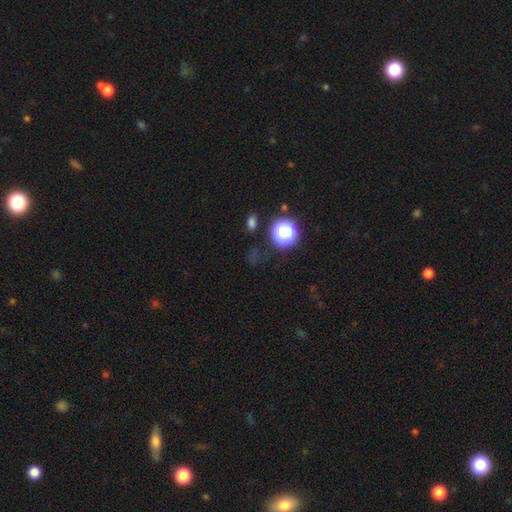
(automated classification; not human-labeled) This is likely a star or artifact rather than a galaxy (67%).